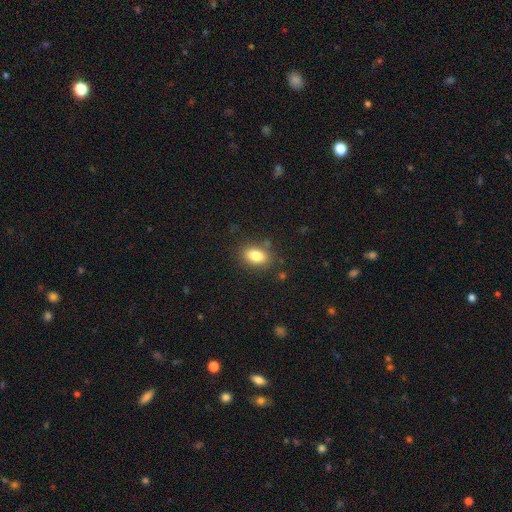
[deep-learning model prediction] Morphology: type=smooth (84%); roundness=in between (86%); merging=none (83%).